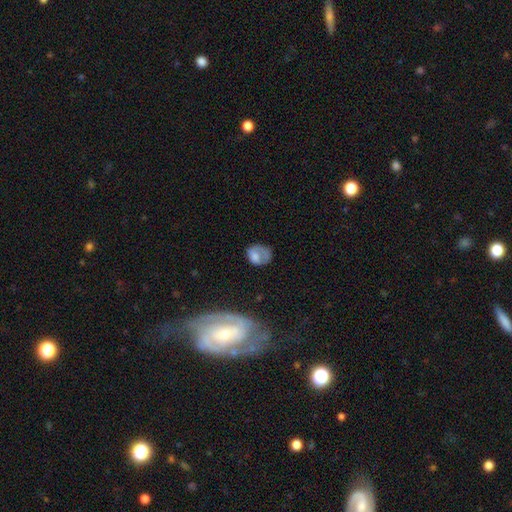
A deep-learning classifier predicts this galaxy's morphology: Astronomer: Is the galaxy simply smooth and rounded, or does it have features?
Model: smooth — 67%.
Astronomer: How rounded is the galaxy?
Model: in between — 52% (runner-up: round, 47%).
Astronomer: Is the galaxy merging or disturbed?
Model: none — 43% (runner-up: minor disturbance, 30%).